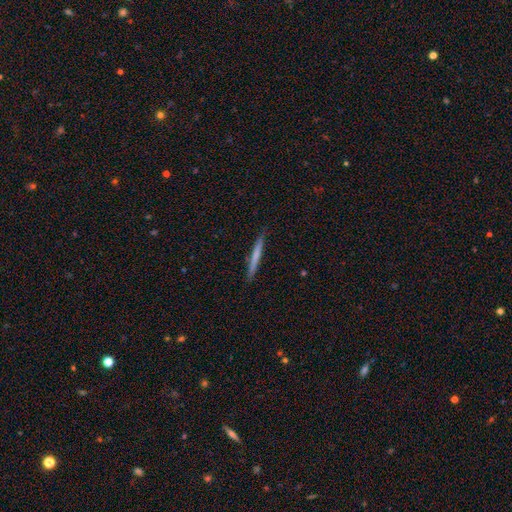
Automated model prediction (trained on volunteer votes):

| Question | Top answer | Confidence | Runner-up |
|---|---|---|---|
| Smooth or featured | smooth | 61% | featured or disk (34%) |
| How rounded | cigar-shaped | 97% | in between (2%) |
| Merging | none | 90% | minor disturbance (7%) |